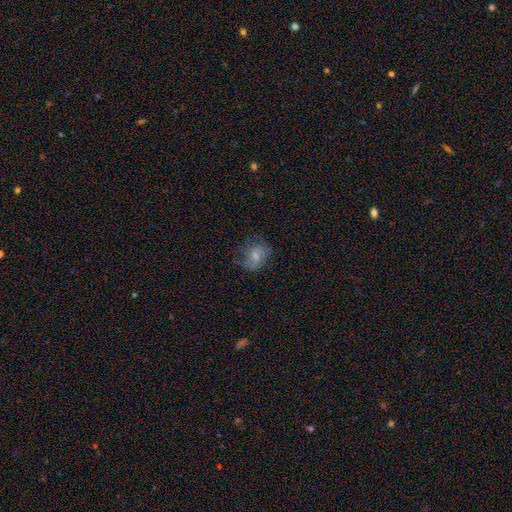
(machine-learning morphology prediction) This is possibly a smooth galaxy (52%). How rounded: possibly in between (54%). Merging: possibly none (47%).